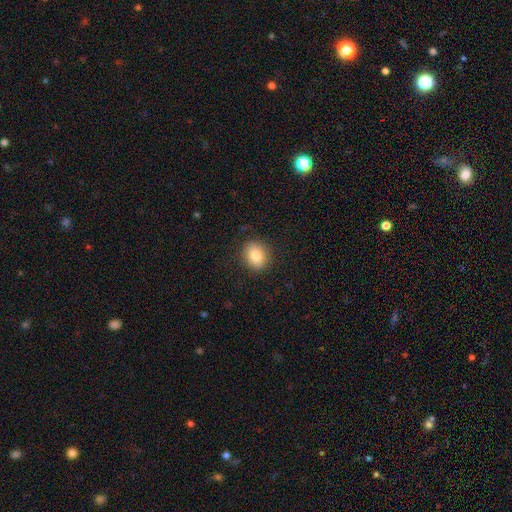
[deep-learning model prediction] smooth 84%, star or artifact 9%, featured or disk 7%. Down the decision tree: how rounded — round (59%); merging — none (87%).